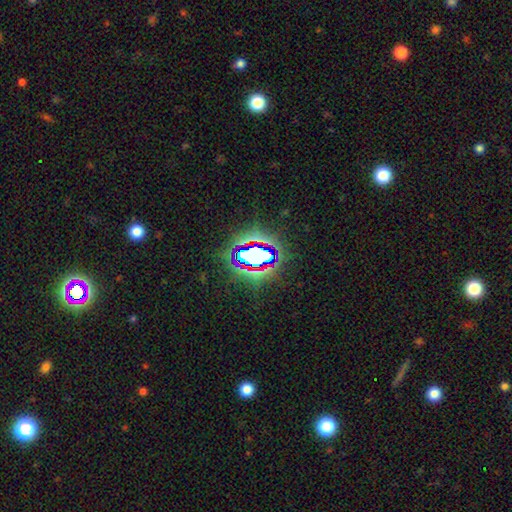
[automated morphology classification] A star or artifact, not a galaxy (67%).